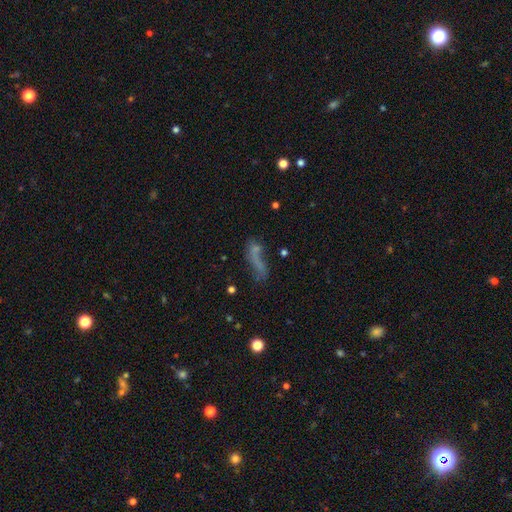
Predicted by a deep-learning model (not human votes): Overall: smooth (52%; featured or disk 31%). How rounded: cigar-shaped (51%; in between 43%). Merging: none (37%; major disturbance 27%).